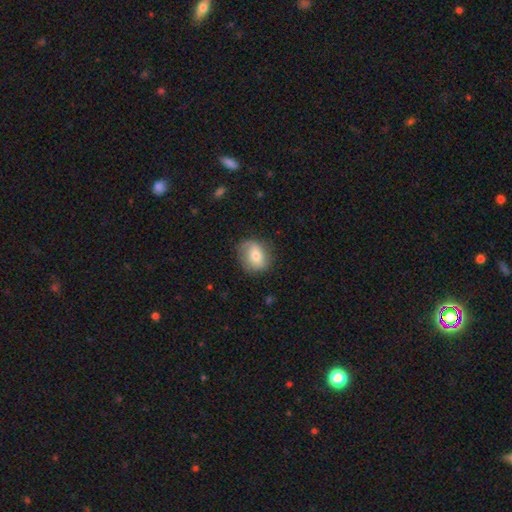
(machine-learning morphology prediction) Smooth or featured? smooth (62%)
How rounded? round (50%)
Merging? none (69%)